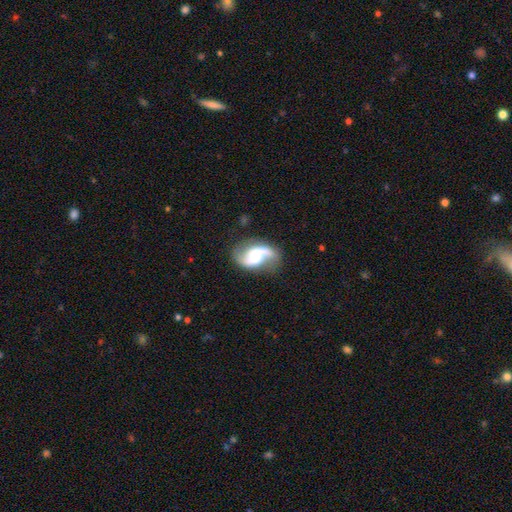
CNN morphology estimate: smooth-or-featured: featured or disk: 84% | smooth: 11% | star or artifact: 6%
  disk-edge-on: no: 98% | yes: 2%
    bar: weak: 41% (tied) | no: 41% (tied) | strong: 18%
    has-spiral-arms: yes: 96% | no: 4%
      spiral-winding: loose: 57% | medium: 34% | tight: 9%
      spiral-arm-count: 2: 90% | 1: 4% | can't tell: 3% | 3: 1% | 4: 1% | more than 4: 1%
    bulge-size: moderate: 38% | large: 27% | small: 21% | none: 10% | dominant: 5%
  merging: none: 67% | minor disturbance: 19% | major disturbance: 11% | merger: 4%